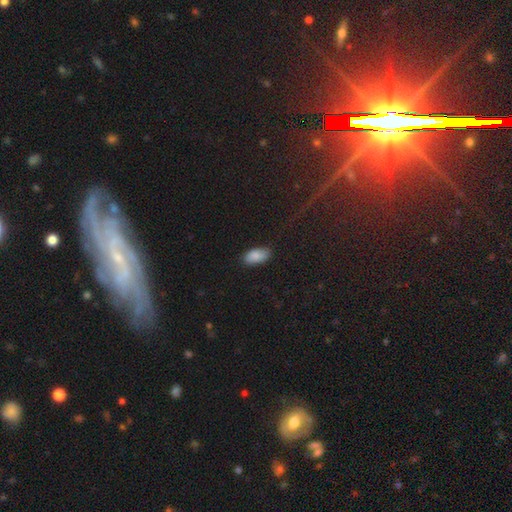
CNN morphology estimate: A smooth galaxy with no disk features (87%) that is in between round and cigar-shaped (94%). Merging: none (83%).